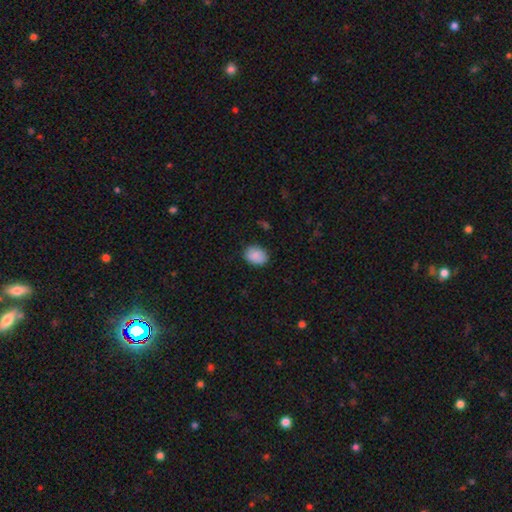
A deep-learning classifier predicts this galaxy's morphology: The model was most divided on "how rounded": in between: 65%, round: 34%, cigar-shaped: 1%. More confident: smooth or featured — smooth (88%); merging — none (83%).